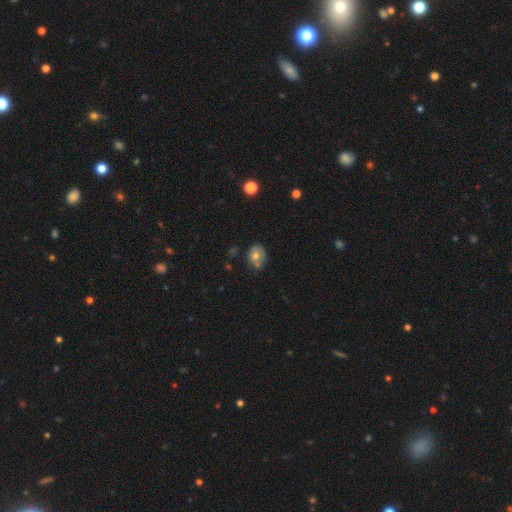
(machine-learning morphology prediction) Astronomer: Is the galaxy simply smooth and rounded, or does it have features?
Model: smooth — 66%.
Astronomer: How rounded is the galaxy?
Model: round — 58% (runner-up: in between, 41%).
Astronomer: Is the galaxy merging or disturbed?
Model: none — 55%.